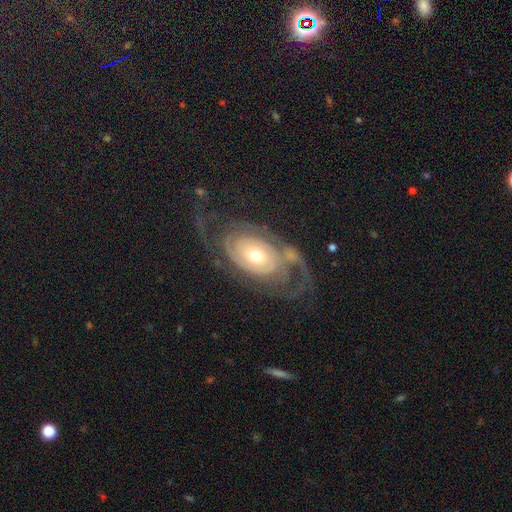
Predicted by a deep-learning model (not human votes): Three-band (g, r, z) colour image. It shows a featured or disk galaxy (87%) with no bar (77%), 2 (52%) tight (58%) spiral arms (92%) and a moderate central bulge (59%). Merging: none (59%).